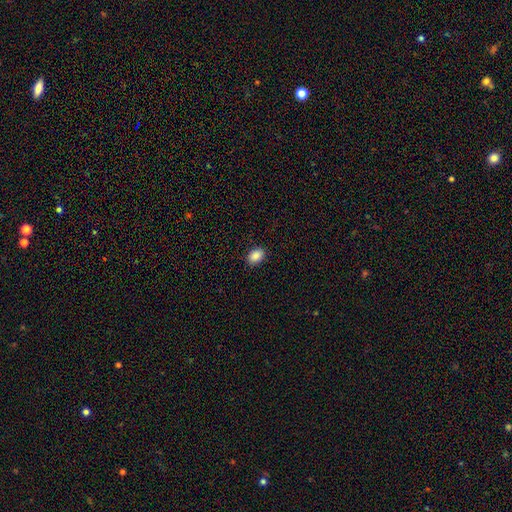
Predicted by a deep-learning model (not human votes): A smooth galaxy with no disk features (88%) that is in between round and cigar-shaped (78%).

Vote fractions:
- Smooth or featured? smooth: 88% / star or artifact: 8% / featured or disk: 4%
- How rounded? in between: 78% / round: 21% / cigar-shaped: 1%
- Merging? none: 89% / minor disturbance: 8% / major disturbance: 2% / merger: 1%